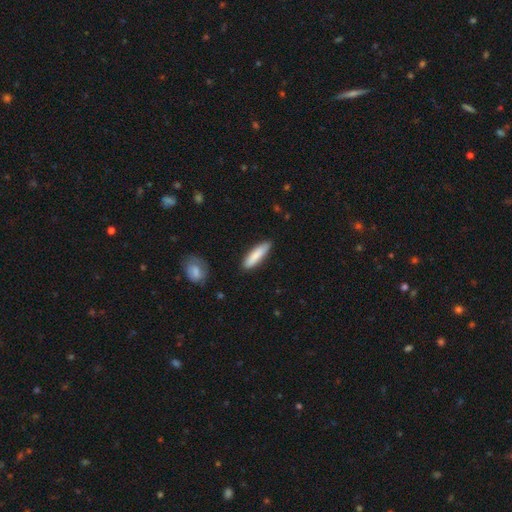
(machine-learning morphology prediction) Smooth or featured? smooth (84%)
How rounded? cigar-shaped (72%)
Merging? none (85%)